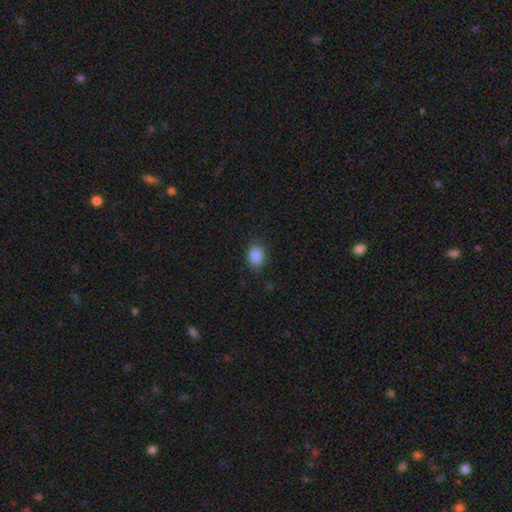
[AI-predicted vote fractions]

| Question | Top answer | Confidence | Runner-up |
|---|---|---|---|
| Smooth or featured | smooth | 88% | star or artifact (9%) |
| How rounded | in between | 58% | round (41%) |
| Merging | none | 83% | minor disturbance (13%) |